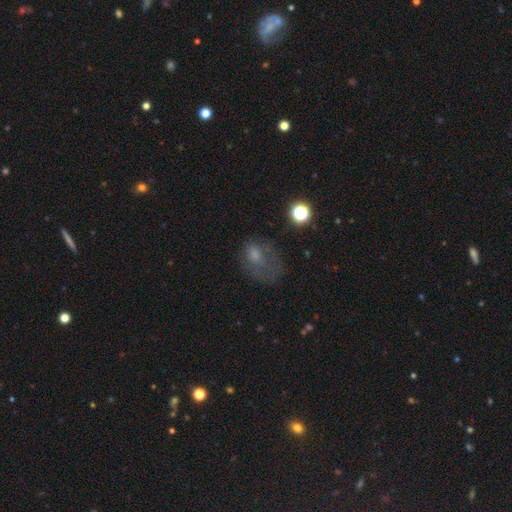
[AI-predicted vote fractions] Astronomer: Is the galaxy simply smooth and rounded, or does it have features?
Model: smooth — 58%.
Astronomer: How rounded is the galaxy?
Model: in between — 72%.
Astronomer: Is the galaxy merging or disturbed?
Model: major disturbance — 42% (runner-up: none, 32%).